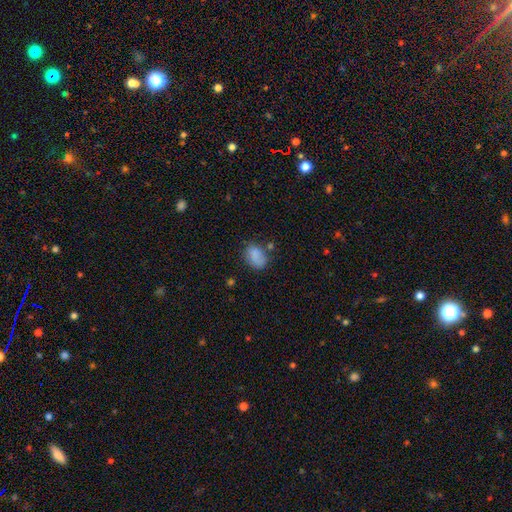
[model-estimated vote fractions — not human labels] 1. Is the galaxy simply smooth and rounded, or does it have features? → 83% smooth, 9% star or artifact, 8% featured or disk.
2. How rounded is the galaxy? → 72% in between, 26% round, 1% cigar-shaped.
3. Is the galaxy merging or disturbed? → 60% none, 24% minor disturbance, 8% major disturbance, 8% merger.